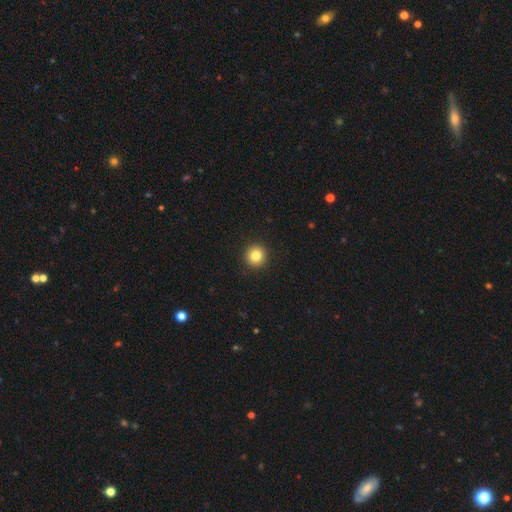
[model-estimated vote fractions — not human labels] Smooth or featured? smooth (83%)
How rounded? round (95%)
Merging? none (93%)